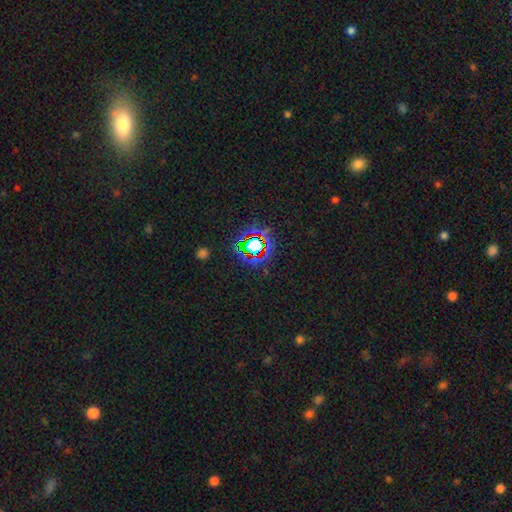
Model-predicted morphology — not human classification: type=star or artifact (69%).